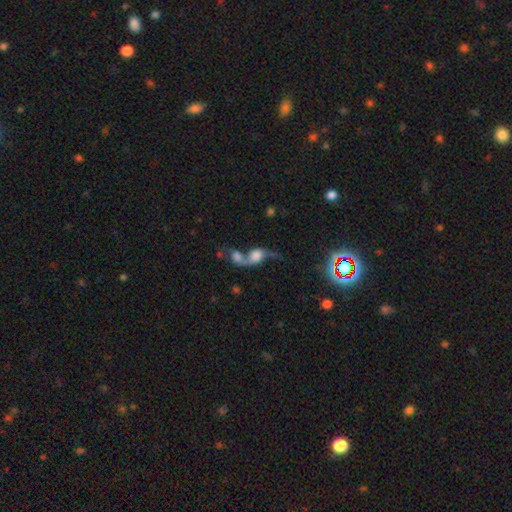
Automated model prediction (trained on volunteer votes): Smooth or featured? Predicted: featured or disk (p=0.53). Edge-on disk? Predicted: no (p=0.89). Merging? Predicted: merger (p=0.68).